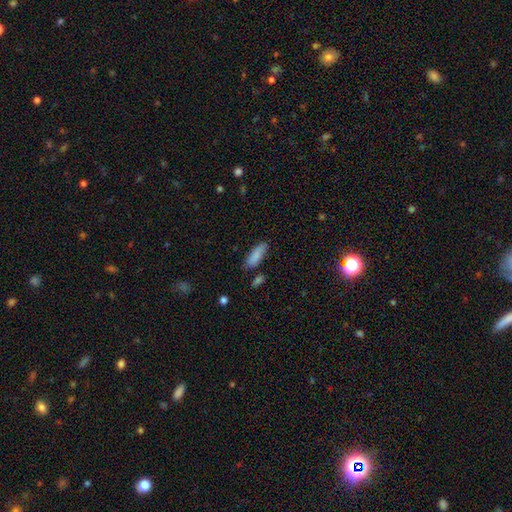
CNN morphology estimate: Overall: smooth (85%). How rounded: in between (62%; cigar-shaped 36%). Merging: none (73%).